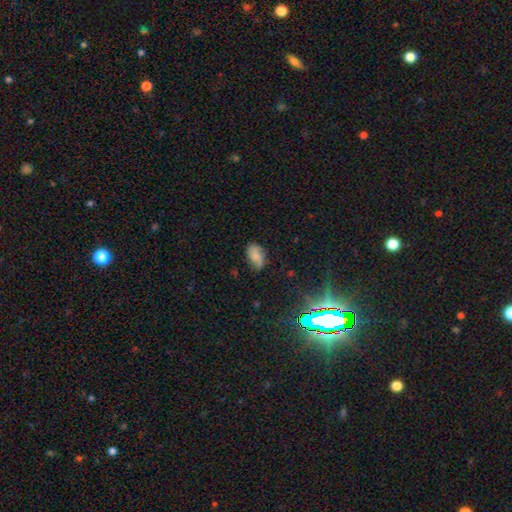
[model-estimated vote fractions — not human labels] A smooth galaxy with no disk features (73%) that is in between round and cigar-shaped (91%). Merging: none (70%).